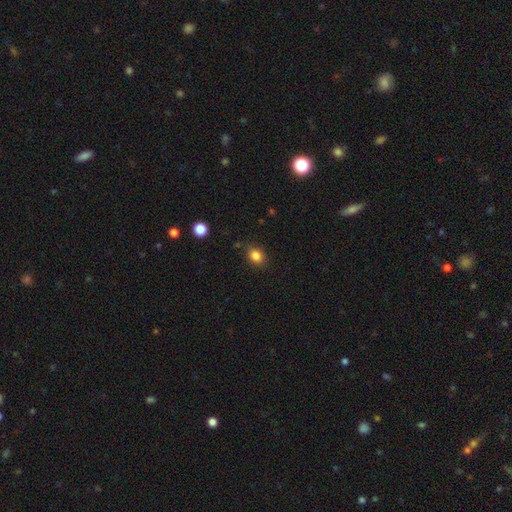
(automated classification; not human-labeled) The model was most divided on "how rounded": in between: 51%, round: 48%, cigar-shaped: 1%. More confident: smooth or featured — smooth (85%); merging — none (82%).